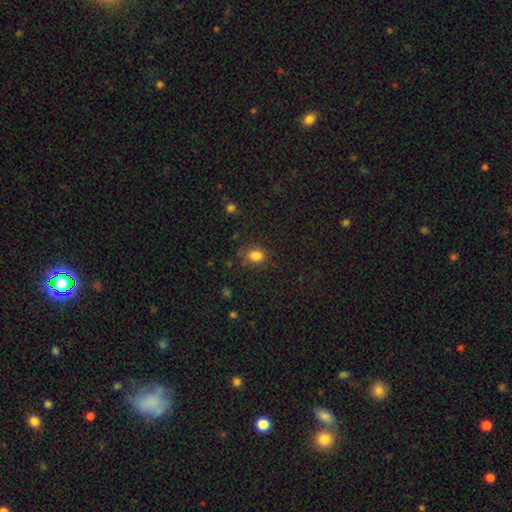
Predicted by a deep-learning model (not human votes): A smooth galaxy with no disk features (82%) that is in between round and cigar-shaped (53%). Merging: none (76%).